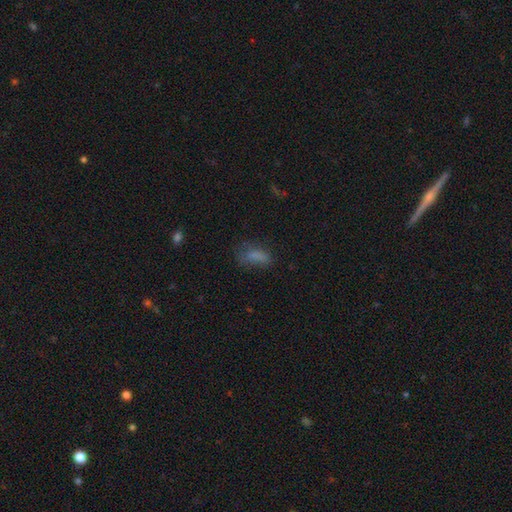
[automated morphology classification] A smooth galaxy with no disk features (72%) that is in between round and cigar-shaped (77%).

Vote fractions:
- Smooth or featured? smooth: 72% / star or artifact: 16% / featured or disk: 12%
- How rounded? in between: 77% / cigar-shaped: 18% / round: 6%
- Merging? none: 50% / minor disturbance: 27% / major disturbance: 20% / merger: 2%